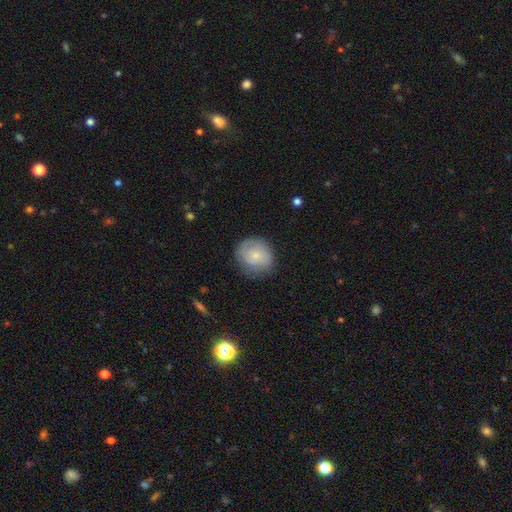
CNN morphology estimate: smooth_or_featured: smooth (p=0.64) [alt: featured or disk p=0.29]
how_rounded: round (p=0.83) [alt: in between p=0.16]
merging: none (p=0.73) [alt: minor disturbance p=0.19]